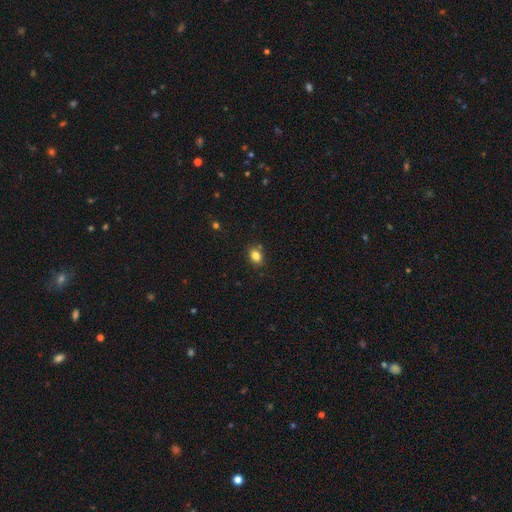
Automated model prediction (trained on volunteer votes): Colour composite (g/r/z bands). It shows a smooth galaxy with no disk features (82%) that is in between round and cigar-shaped (71%). Merging: none (81%).